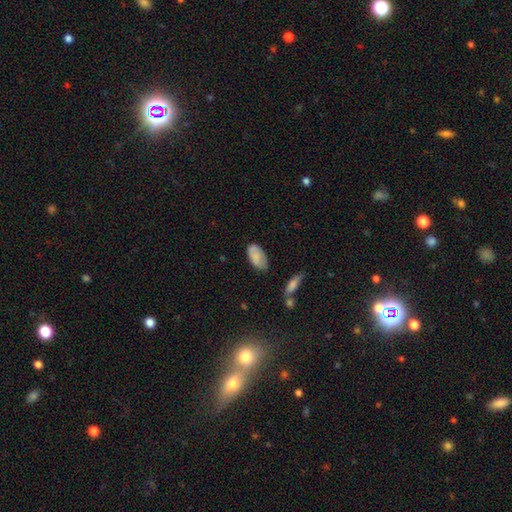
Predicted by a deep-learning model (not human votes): Smooth or featured? Predicted: smooth (p=0.81). How rounded? Predicted: in between (p=0.95). Merging? Predicted: none (p=0.71).